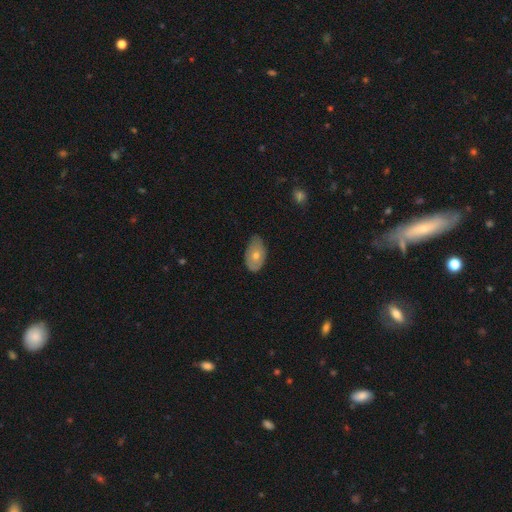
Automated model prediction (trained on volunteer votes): Smooth or featured: smooth — 65% (featured or disk — 29%)
How rounded: in between — 90% (round — 8%)
Merging: none — 61% (minor disturbance — 32%)